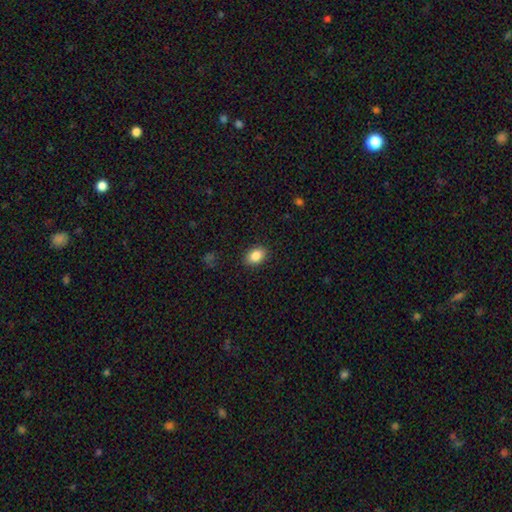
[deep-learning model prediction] smooth_or_featured: smooth (p=0.86) [alt: star or artifact p=0.08]
how_rounded: in between (p=0.80) [alt: round p=0.19]
merging: none (p=0.88) [alt: minor disturbance p=0.08]